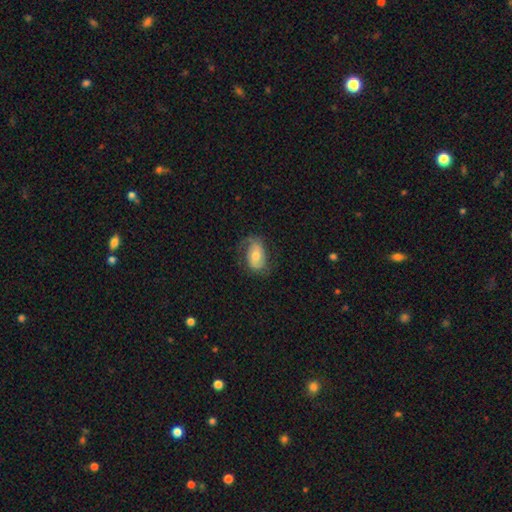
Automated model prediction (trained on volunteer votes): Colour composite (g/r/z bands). It shows a featured or disk galaxy (57%) with no bar (55%), spiral arms (83%) and a moderate central bulge (66%). Merging: none (61%).